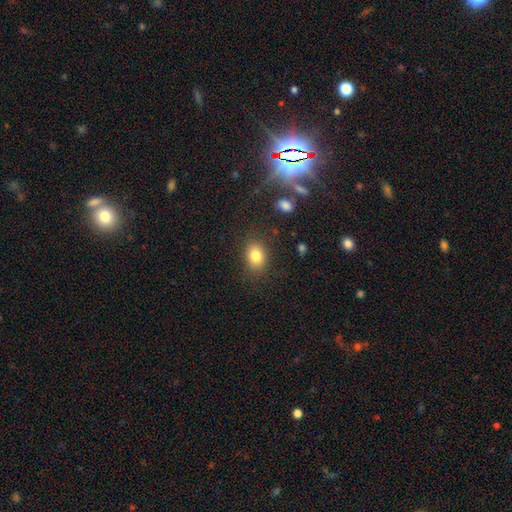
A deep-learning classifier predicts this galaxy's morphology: Smooth or featured: smooth — 82% (star or artifact — 10%)
How rounded: in between — 65% (round — 34%)
Merging: none — 83% (minor disturbance — 11%)